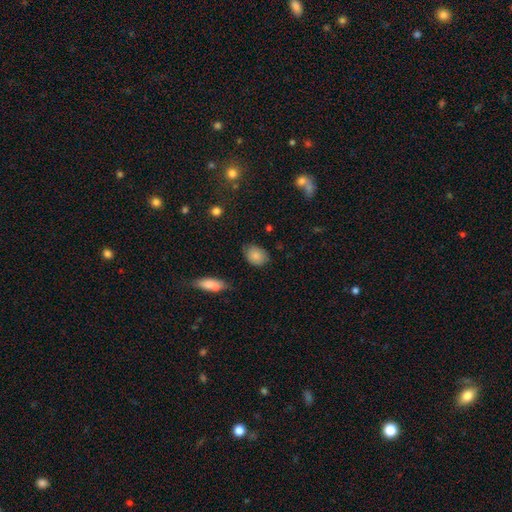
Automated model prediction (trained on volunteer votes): Morphology: type=smooth (85%); roundness=in between (68%); merging=none (76%).